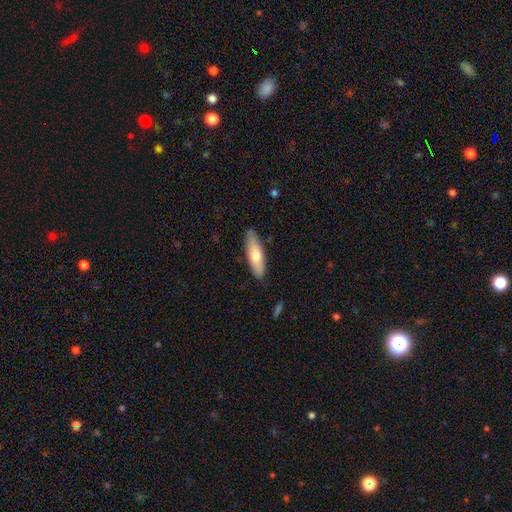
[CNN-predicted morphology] The model was most divided on "how rounded": cigar-shaped: 59%, in between: 40%, round: 2%. More confident: merging — none (87%); smooth or featured — smooth (69%).